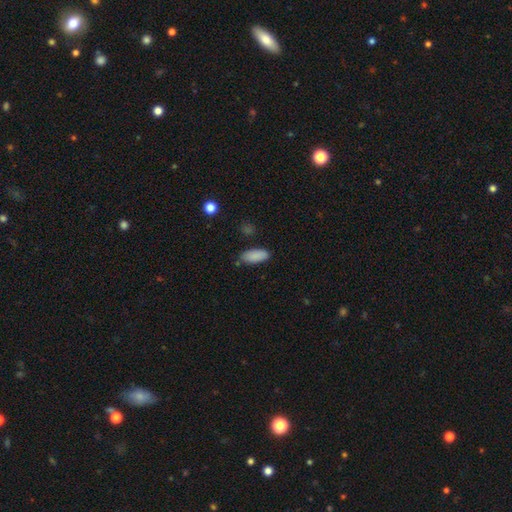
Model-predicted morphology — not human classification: type=smooth (88%); roundness=in between (81%); merging=none (80%).